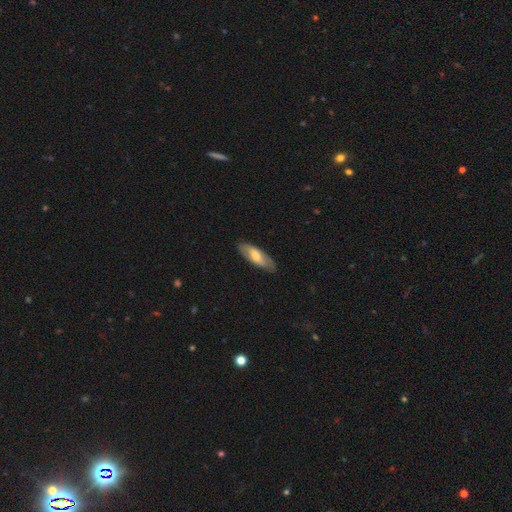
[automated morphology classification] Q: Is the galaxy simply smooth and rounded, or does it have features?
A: smooth — 56%.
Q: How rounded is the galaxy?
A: in between — 68%.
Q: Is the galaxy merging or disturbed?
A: none — 84%.